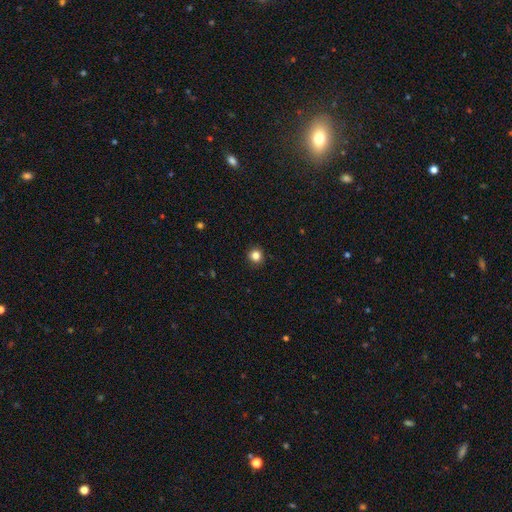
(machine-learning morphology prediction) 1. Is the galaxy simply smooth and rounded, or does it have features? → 84% smooth, 12% star or artifact, 5% featured or disk.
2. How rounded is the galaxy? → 91% round, 8% in between, 1% cigar-shaped.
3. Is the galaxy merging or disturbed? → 92% none, 6% minor disturbance, 2% major disturbance, 1% merger.